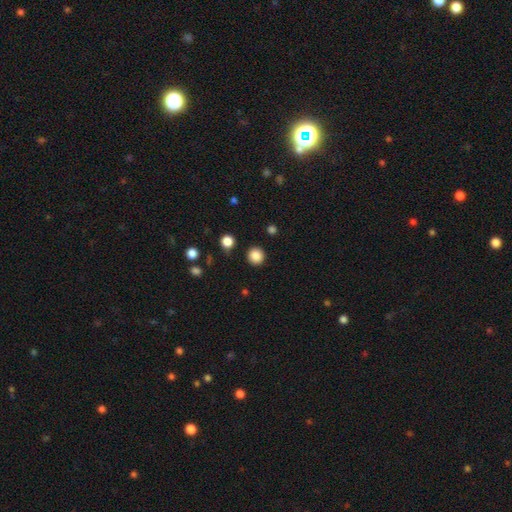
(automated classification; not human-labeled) A smooth galaxy with no disk features (87%) that is round (93%).

Vote fractions:
- Smooth or featured? smooth: 87% / star or artifact: 10% / featured or disk: 3%
- How rounded? round: 93% / in between: 6% / cigar-shaped: 1%
- Merging? none: 91% / minor disturbance: 5% / major disturbance: 2% / merger: 2%